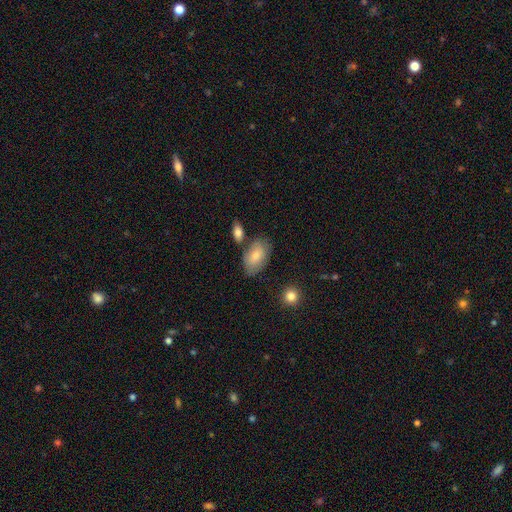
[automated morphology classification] The model was most divided on "merging": none: 66%, minor disturbance: 19%, merger: 10%, major disturbance: 5%. More confident: how rounded — in between (93%); smooth or featured — smooth (76%).